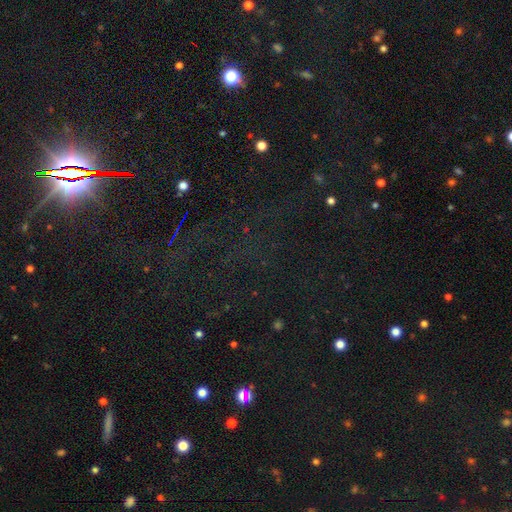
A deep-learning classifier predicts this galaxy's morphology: This appears to be a star or artifact, not a galaxy (79%).